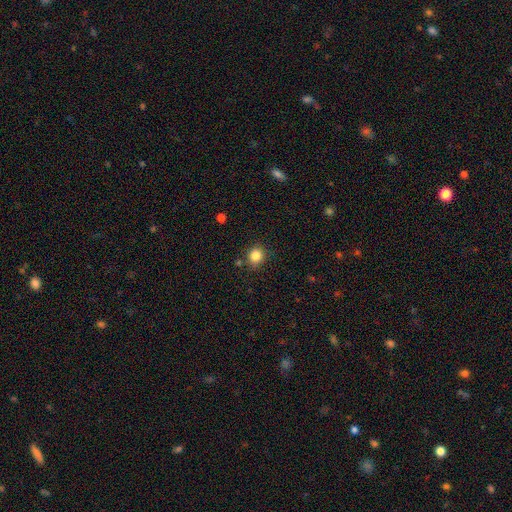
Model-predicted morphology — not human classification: Smooth or featured?
  - smooth: 84% *
  - star or artifact: 11%
  - featured or disk: 5%
How rounded?
  - round: 81% *
  - in between: 18%
  - cigar-shaped: 1%
Merging?
  - none: 84% *
  - minor disturbance: 10%
  - merger: 3%
  - major disturbance: 3%